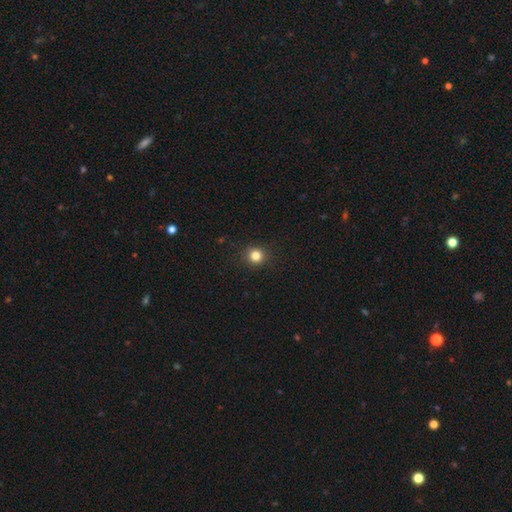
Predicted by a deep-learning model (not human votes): Smooth or featured? smooth (83%)
How rounded? round (91%)
Merging? none (90%)